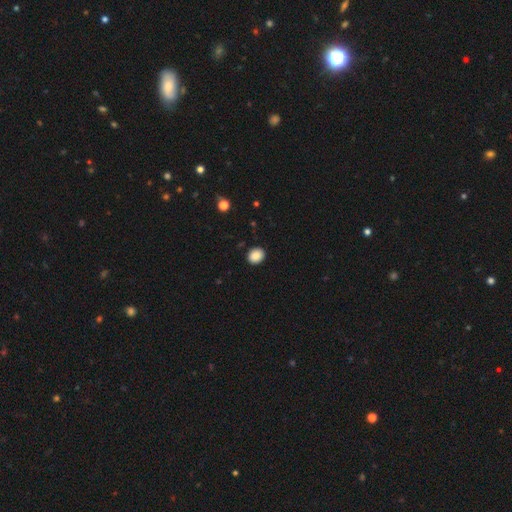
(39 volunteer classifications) A smooth galaxy with no disk features (82%) that is round (62%).

Vote fractions:
- Smooth or featured? smooth: 82% / star or artifact: 10% / featured or disk: 8%
- How rounded? round: 62% / in between: 34% / cigar-shaped: 3%
- Merging? none: 89% / major disturbance: 9% / minor disturbance: 3% / merger: 0%